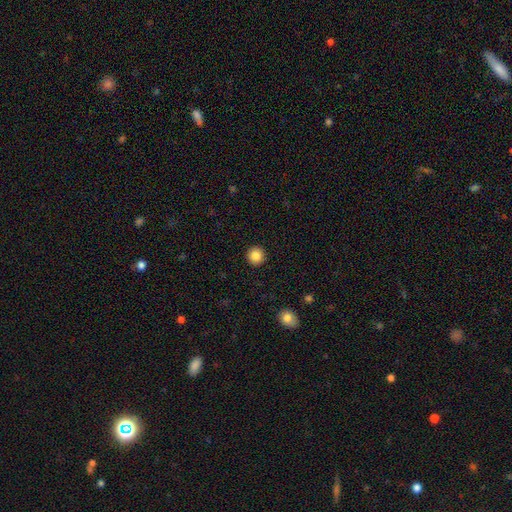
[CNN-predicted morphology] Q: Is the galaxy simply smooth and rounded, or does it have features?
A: smooth — 85%.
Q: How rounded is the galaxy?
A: round — 96%.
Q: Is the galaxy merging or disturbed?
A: none — 93%.